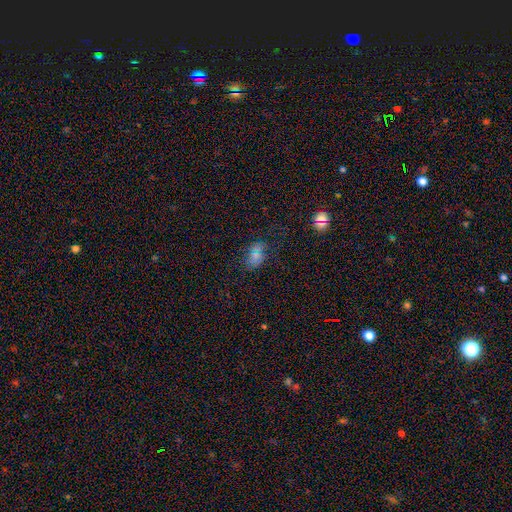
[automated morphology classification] smooth-or-featured: smooth: 59% | star or artifact: 28% | featured or disk: 12%
  how-rounded: in between: 82% | round: 16% | cigar-shaped: 3%
  merging: none: 71% | minor disturbance: 17% | major disturbance: 7% | merger: 5%